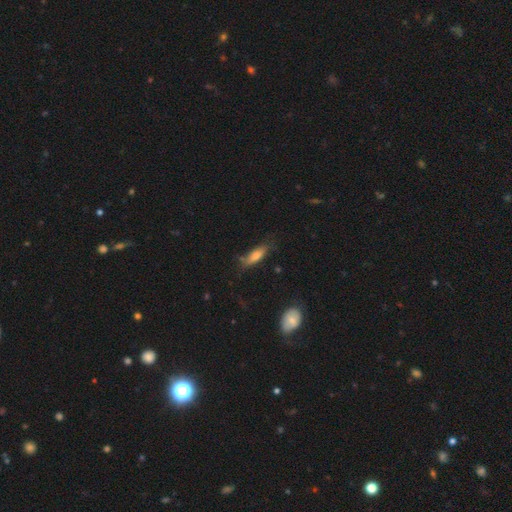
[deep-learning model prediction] smooth_or_featured: smooth (p=0.71) [alt: featured or disk p=0.21]
how_rounded: cigar-shaped (p=0.49) [alt: in between p=0.48]
merging: none (p=0.66) [alt: minor disturbance p=0.24]